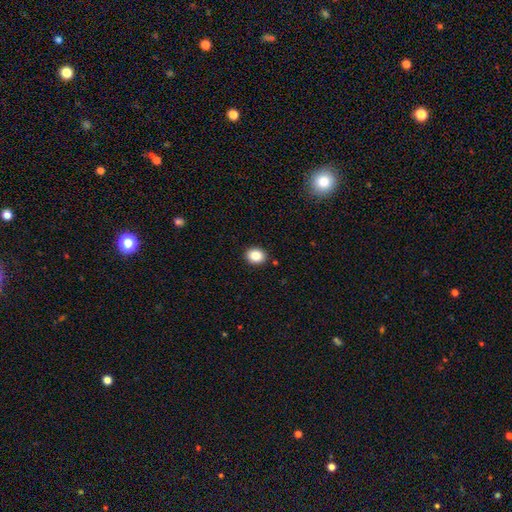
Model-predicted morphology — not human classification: The model was most divided on "how rounded": round: 53%, in between: 46%, cigar-shaped: 1%. More confident: merging — none (90%); smooth or featured — smooth (87%).